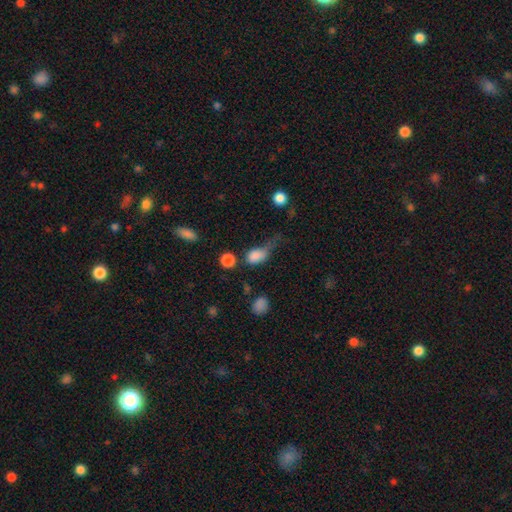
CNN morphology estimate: smooth_or_featured: smooth (p=0.81) [alt: star or artifact p=0.10]
how_rounded: in between (p=0.71) [alt: round p=0.25]
merging: major disturbance (p=0.38) [alt: minor disturbance p=0.29]